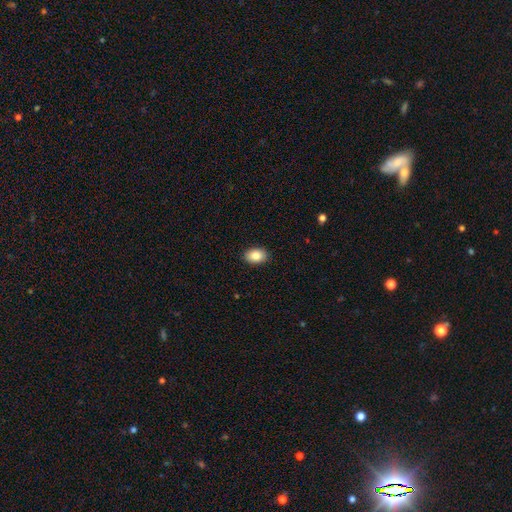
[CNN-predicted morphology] smooth-or-featured: smooth: 87% | star or artifact: 7% | featured or disk: 6%
  how-rounded: in between: 85% | round: 14% | cigar-shaped: 1%
  merging: none: 90% | minor disturbance: 7% | major disturbance: 2% | merger: 1%